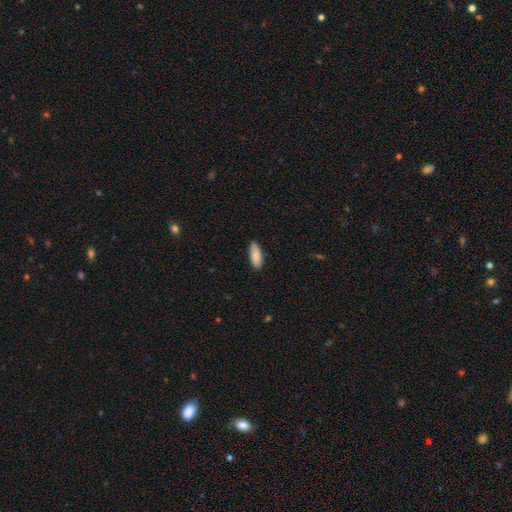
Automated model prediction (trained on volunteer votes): A smooth galaxy with no disk features (88%) that is in between round and cigar-shaped (74%).

Vote fractions:
- Smooth or featured? smooth: 88% / featured or disk: 6% / star or artifact: 6%
- How rounded? in between: 74% / cigar-shaped: 25% / round: 2%
- Merging? none: 86% / minor disturbance: 11% / major disturbance: 2% / merger: 1%